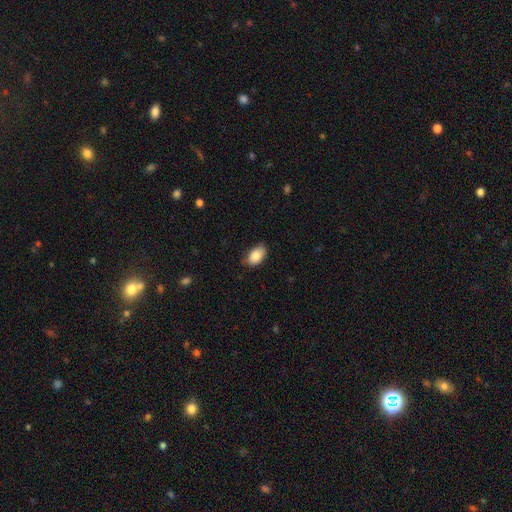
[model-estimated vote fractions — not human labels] smooth 86%, star or artifact 7%, featured or disk 7%. Down the decision tree: how rounded — in between (92%); merging — none (75%).